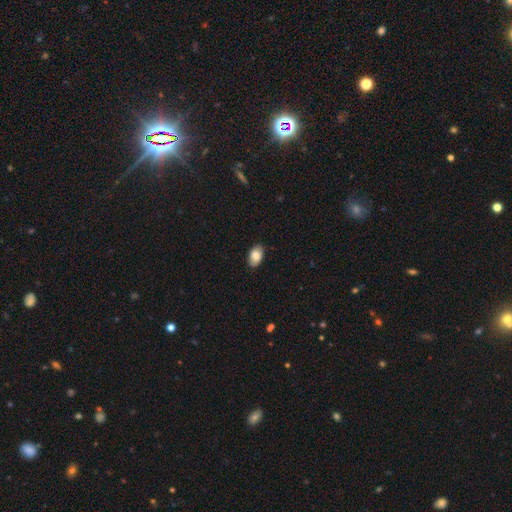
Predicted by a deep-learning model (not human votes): Smooth or featured? Predicted: smooth (p=0.84). How rounded? Predicted: in between (p=0.91). Merging? Predicted: none (p=0.87).